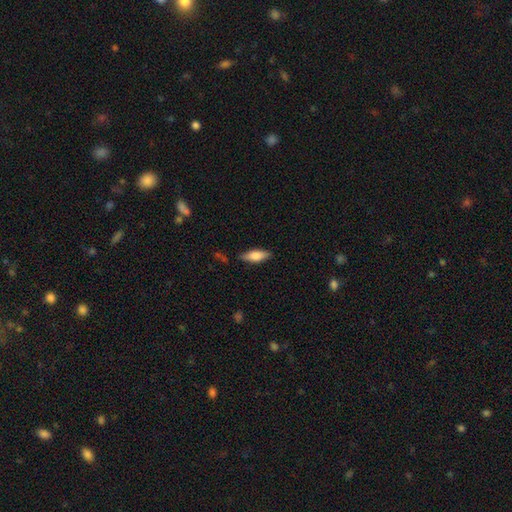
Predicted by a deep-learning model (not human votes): This appears to be a smooth galaxy with no disk features (74%) that is in between round and cigar-shaped (66%). Merging: none (80%).